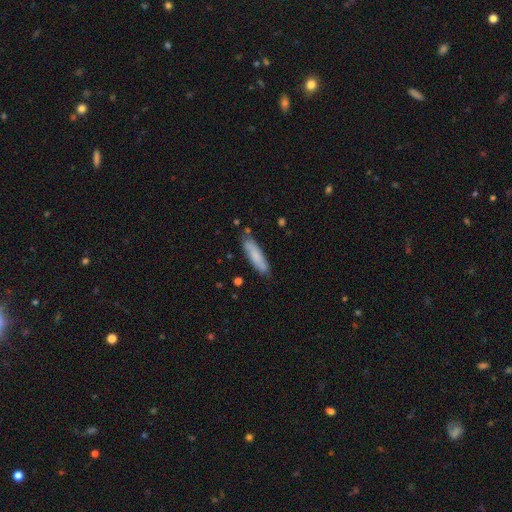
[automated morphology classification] The model was most divided on "how rounded": cigar-shaped: 74%, in between: 25%, round: 1%. More confident: merging — none (80%); smooth or featured — smooth (77%).